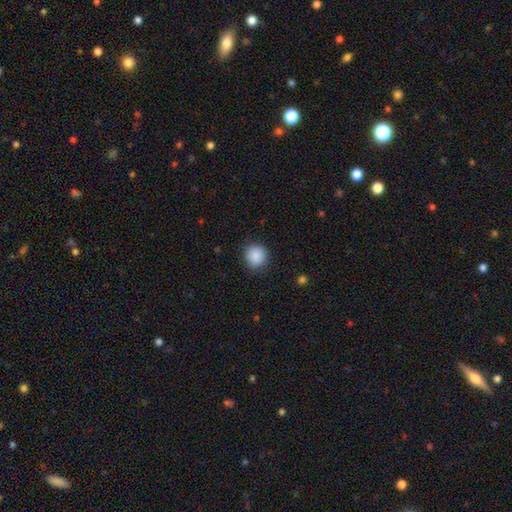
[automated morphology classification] A smooth galaxy with no disk features (89%) that is round (92%).

Vote fractions:
- Smooth or featured? smooth: 89% / star or artifact: 8% / featured or disk: 3%
- How rounded? round: 92% / in between: 7% / cigar-shaped: 1%
- Merging? none: 89% / minor disturbance: 7% / major disturbance: 2% / merger: 1%